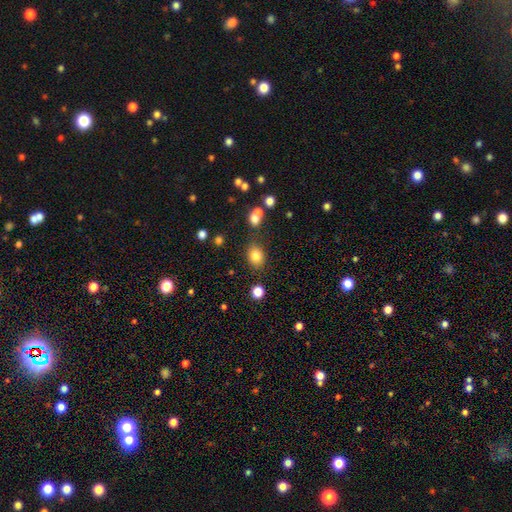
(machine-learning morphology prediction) The model was most divided on "how rounded": in between: 50%, round: 49%, cigar-shaped: 1%. More confident: smooth or featured — smooth (81%); merging — none (78%).